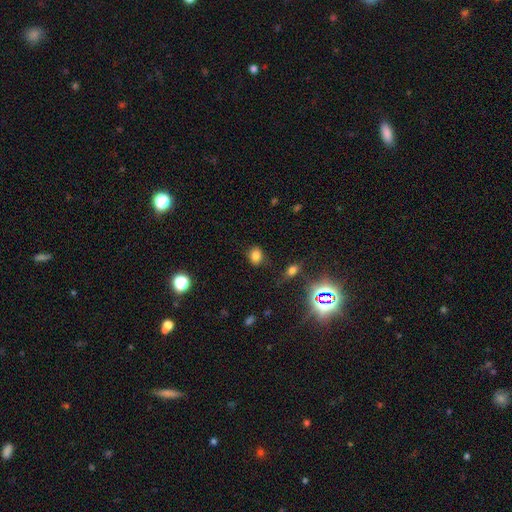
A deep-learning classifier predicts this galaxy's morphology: smooth 79%, star or artifact 14%, featured or disk 6%. Down the decision tree: how rounded — round (55%); merging — none (82%).